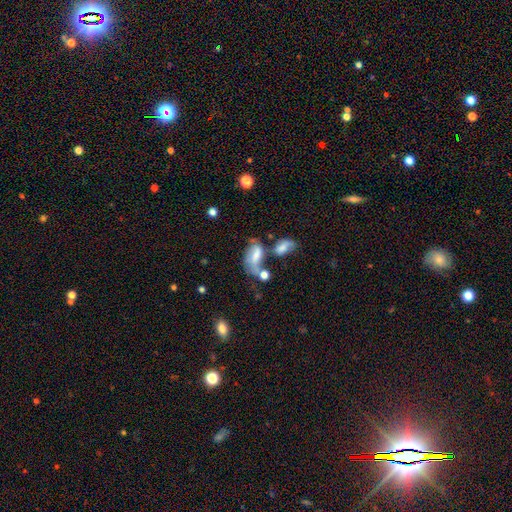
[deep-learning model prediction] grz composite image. It shows a smooth galaxy with no disk features (58%) that is in between round and cigar-shaped (88%). Merging: merger (36%).